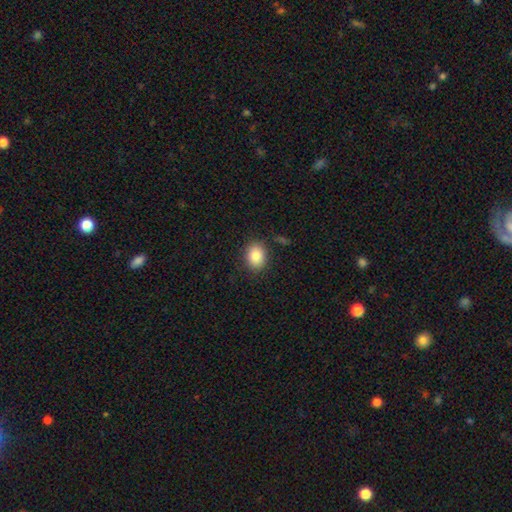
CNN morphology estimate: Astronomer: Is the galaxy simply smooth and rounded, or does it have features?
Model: smooth — 85%.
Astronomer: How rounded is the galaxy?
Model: in between — 55% (runner-up: round, 45%).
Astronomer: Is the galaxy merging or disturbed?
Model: none — 86%.